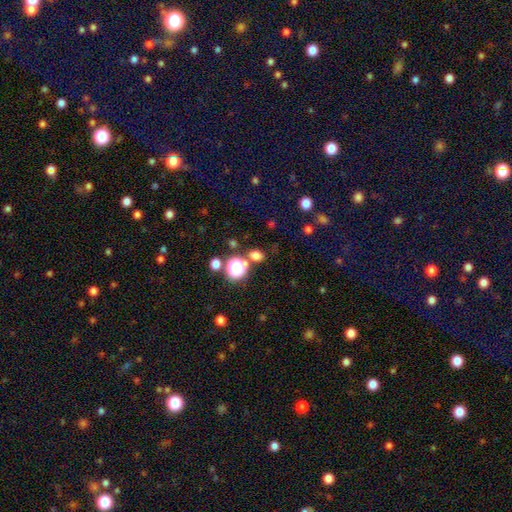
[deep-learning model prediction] The model was most divided on "how rounded": round: 57%, in between: 42%, cigar-shaped: 1%. More confident: merging — none (73%); smooth or featured — smooth (68%).